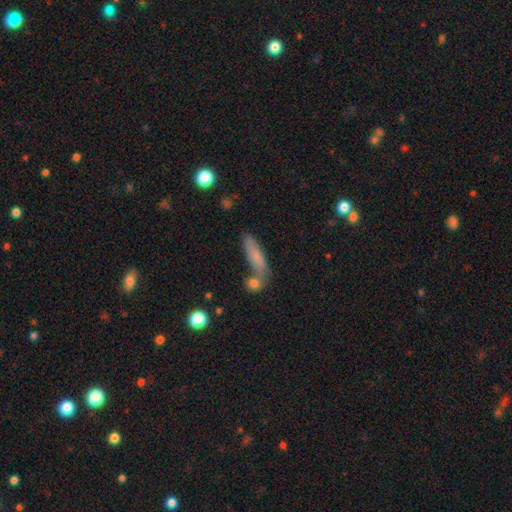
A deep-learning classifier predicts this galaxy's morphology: Smooth or featured?
  - smooth: 74% *
  - featured or disk: 18%
  - star or artifact: 8%
How rounded?
  - cigar-shaped: 63% *
  - in between: 34%
  - round: 3%
Merging?
  - none: 58% *
  - merger: 21%
  - minor disturbance: 16%
  - major disturbance: 5%